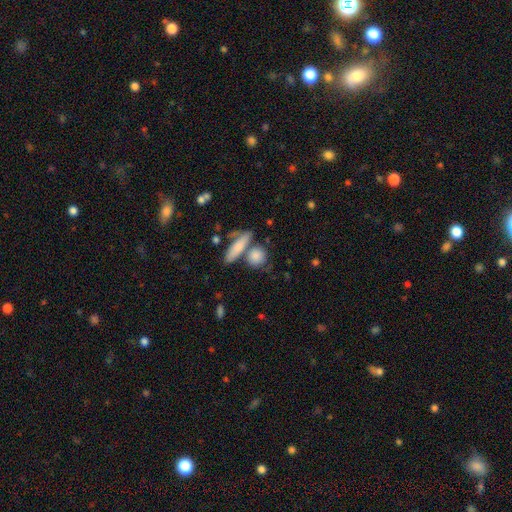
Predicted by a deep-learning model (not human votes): Q: Smooth or featured?
A: smooth (81%); runner-up: featured or disk (13%)
Q: How rounded?
A: round (50%); runner-up: in between (31%)
Q: Merging?
A: none (56%); runner-up: merger (26%)